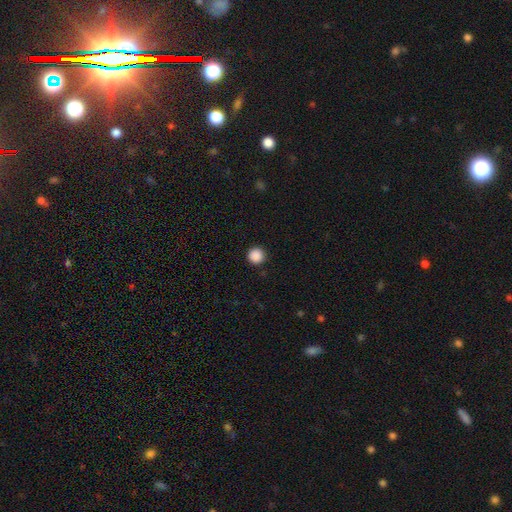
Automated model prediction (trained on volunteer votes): Overall: smooth (88%). How rounded: round (96%). Merging: none (93%).